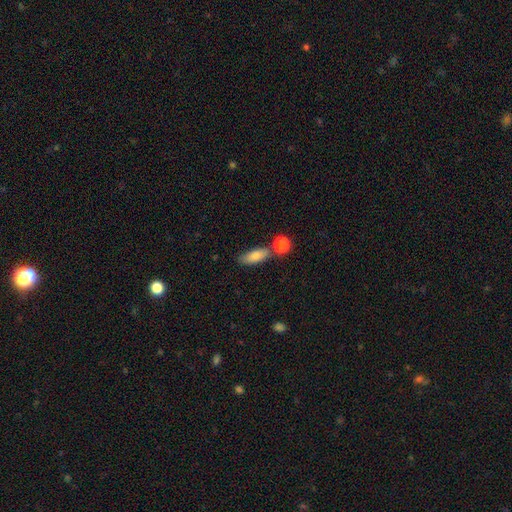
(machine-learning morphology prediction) This appears to be a smooth galaxy with no disk features (81%) that is in between round and cigar-shaped (69%). Merging: none (66%).